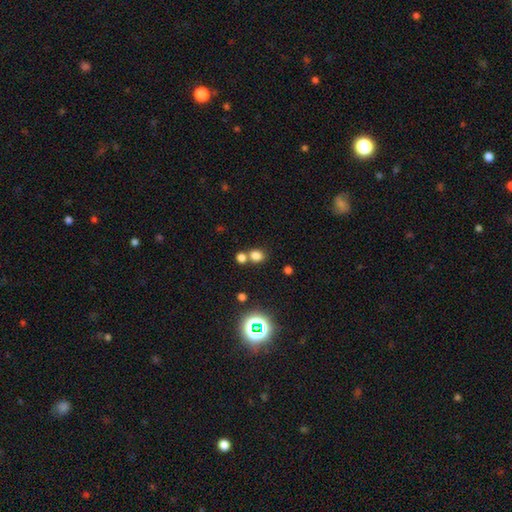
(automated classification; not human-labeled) A smooth galaxy with no disk features (75%) that is round (60%). Merging: none (55%).